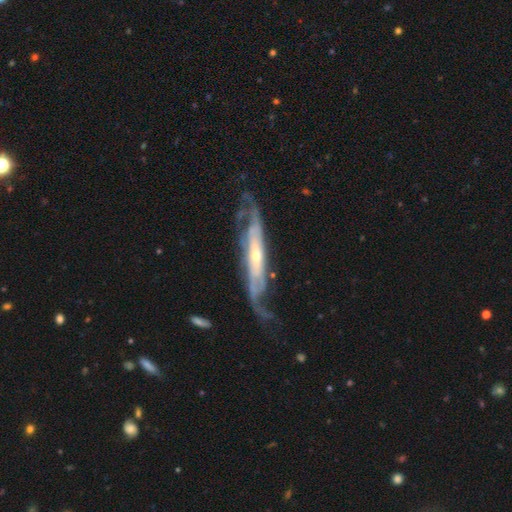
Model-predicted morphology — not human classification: Smooth or featured?
  - featured or disk: 86% *
  - smooth: 9%
  - star or artifact: 5%
Edge-on disk?
  - no: 68% *
  - yes: 32%
Bar?
  - no: 48% *
  - weak: 28%
  - strong: 24%
Spiral arms?
  - yes: 93% *
  - no: 7%
Spiral winding?
  - tight: 41% *
  - medium: 37%
  - loose: 22%
Spiral arm count?
  - 2: 45% *
  - can't tell: 31%
  - 3: 10%
  - 4: 5%
  - 1: 5%
  - more than 4: 4%
Bulge size?
  - small: 57% *
  - moderate: 37%
  - large: 3%
  - none: 2%
  - dominant: 1%
Merging?
  - none: 61% *
  - minor disturbance: 19%
  - major disturbance: 17%
  - merger: 2%